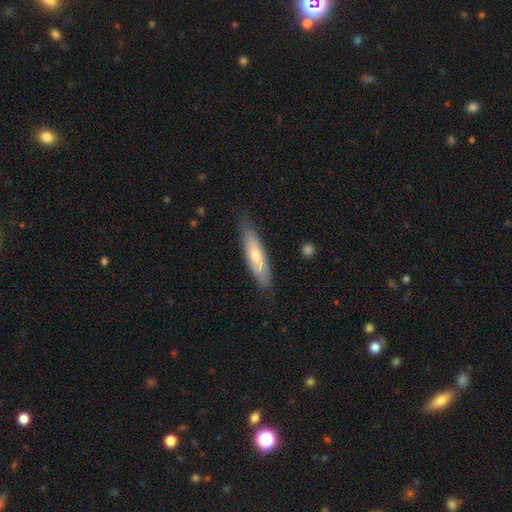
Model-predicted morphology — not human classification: smooth-or-featured: smooth: 54% | featured or disk: 40% | star or artifact: 6%
  how-rounded: cigar-shaped: 71% | in between: 27% | round: 2%
  merging: none: 80% | minor disturbance: 15% | major disturbance: 3% | merger: 1%